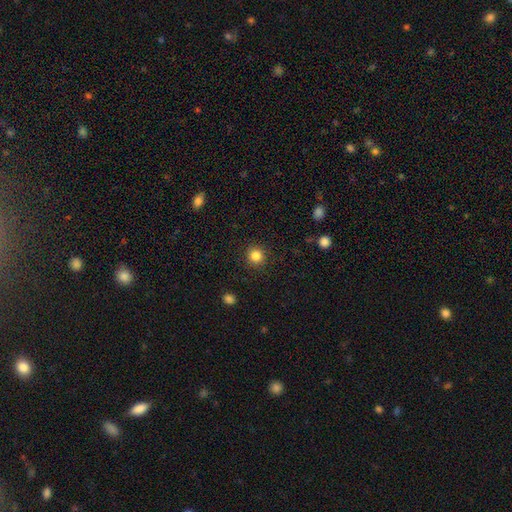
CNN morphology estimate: type=smooth (84%); roundness=round (94%); merging=none (91%).